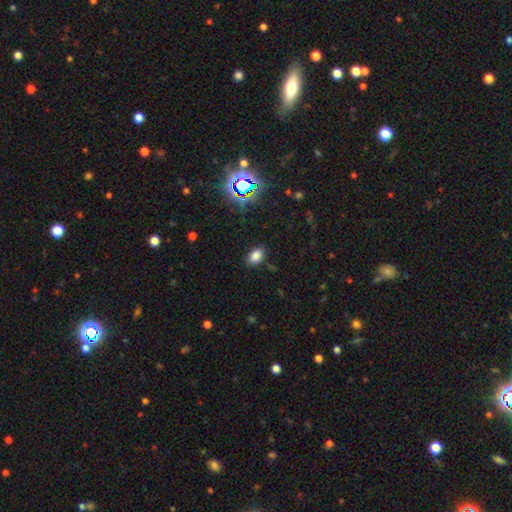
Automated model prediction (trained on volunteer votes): Morphology: type=smooth (78%); roundness=in between (85%); merging=none (84%).